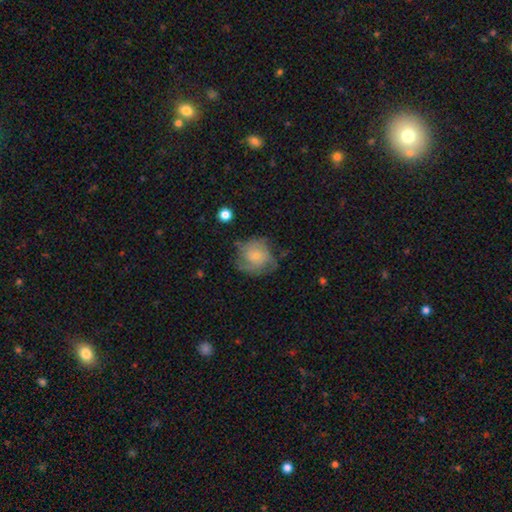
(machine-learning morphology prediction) This is likely a featured or disk galaxy (61%). It is clearly not viewed edge-on (98%). Bar: likely no (76%). Spiral arm pattern: clearly yes (87%). Spiral arm count: marginally can't tell (38%). Spiral winding: possibly tight (54%). Central bulge: likely small (63%). Merging: likely none (61%).